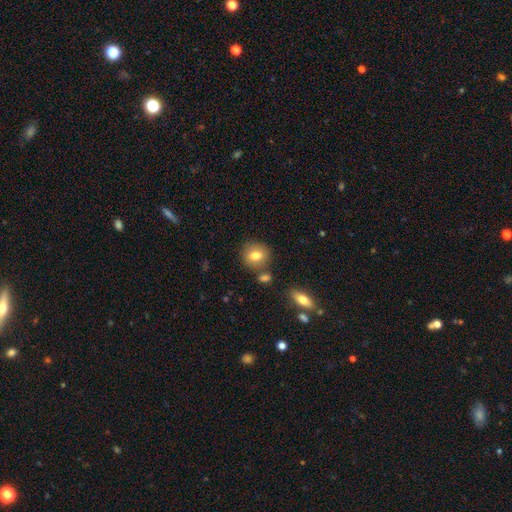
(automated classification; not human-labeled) Smooth or featured?
  - smooth: 77% *
  - featured or disk: 13%
  - star or artifact: 9%
How rounded?
  - round: 77% *
  - in between: 21%
  - cigar-shaped: 1%
Merging?
  - none: 76% *
  - minor disturbance: 11%
  - merger: 11%
  - major disturbance: 3%